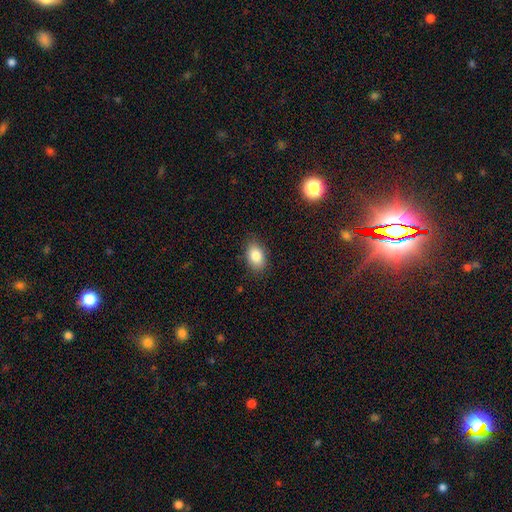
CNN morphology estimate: smooth-or-featured: smooth: 84% | star or artifact: 8% | featured or disk: 8%
  how-rounded: in between: 87% | round: 12% | cigar-shaped: 2%
  merging: none: 84% | minor disturbance: 12% | major disturbance: 3% | merger: 1%